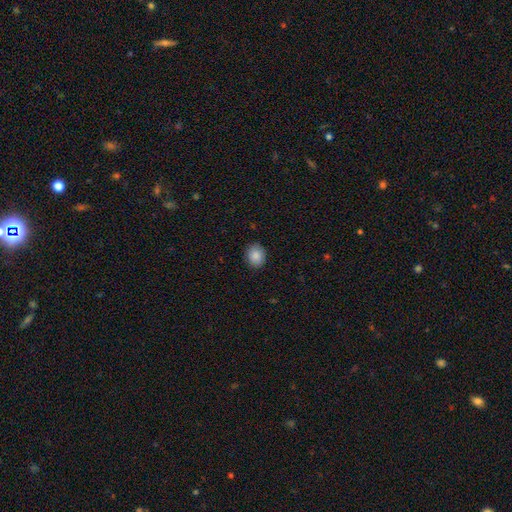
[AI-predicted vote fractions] This is clearly a smooth galaxy (87%). How rounded: possibly round (58%). Merging: clearly none (88%).